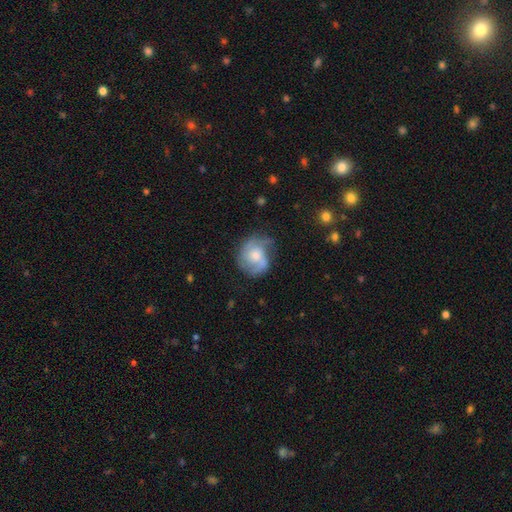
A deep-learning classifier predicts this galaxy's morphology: Q: Smooth or featured?
A: featured or disk (69%); runner-up: smooth (25%)
Q: Edge-on disk?
A: no (98%); runner-up: yes (2%)
Q: Bar?
A: no (70%); runner-up: weak (26%)
Q: Spiral arms?
A: yes (90%); runner-up: no (10%)
Q: Spiral winding?
A: medium (46%); runner-up: tight (33%)
Q: Spiral arm count?
A: 2 (51%); runner-up: 3 (19%)
Q: Bulge size?
A: moderate (50%); runner-up: small (36%)
Q: Merging?
A: none (58%); runner-up: minor disturbance (25%)